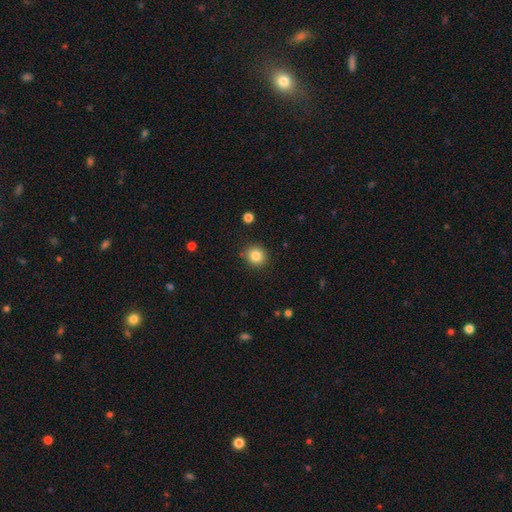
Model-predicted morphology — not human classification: This is clearly a smooth galaxy (85%). How rounded: clearly round (86%). Merging: clearly none (88%).